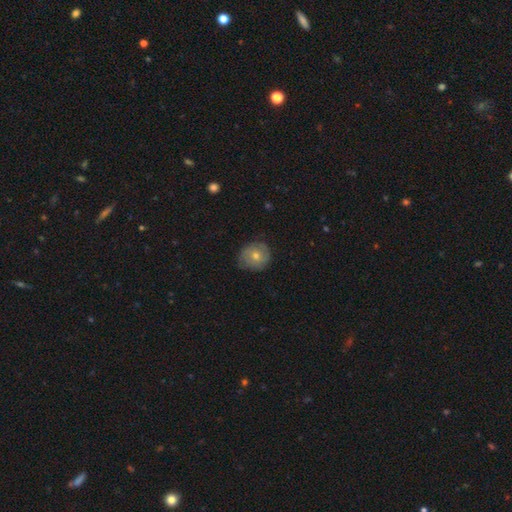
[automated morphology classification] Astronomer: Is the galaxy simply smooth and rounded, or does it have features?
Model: smooth — 51% (runner-up: featured or disk, 39%).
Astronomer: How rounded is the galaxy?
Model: round — 82%.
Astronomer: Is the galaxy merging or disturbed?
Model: none — 77%.